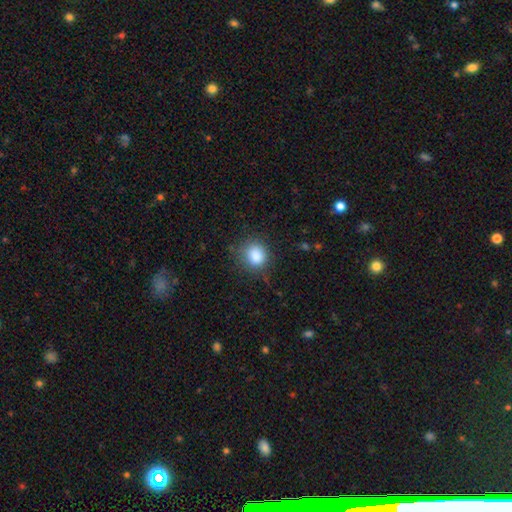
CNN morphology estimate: Q: Smooth or featured?
A: smooth (85%); runner-up: star or artifact (10%)
Q: How rounded?
A: round (76%); runner-up: in between (23%)
Q: Merging?
A: none (77%); runner-up: minor disturbance (16%)